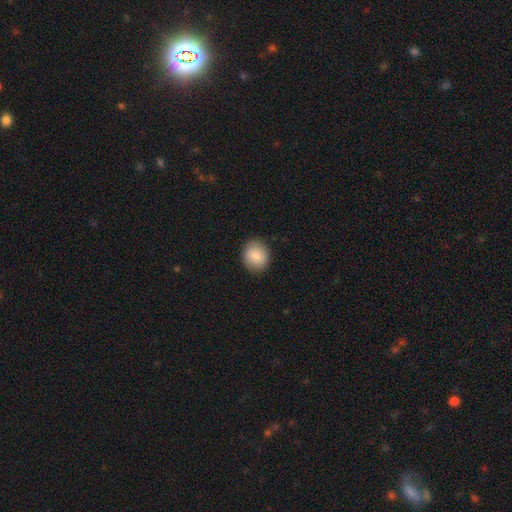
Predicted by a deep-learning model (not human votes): Morphology: type=smooth (85%); roundness=round (73%); merging=none (88%).